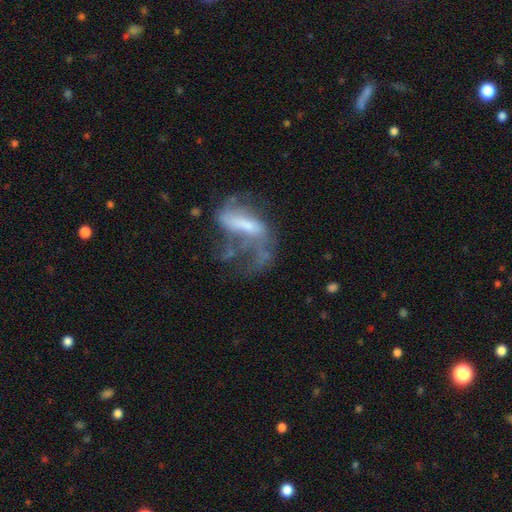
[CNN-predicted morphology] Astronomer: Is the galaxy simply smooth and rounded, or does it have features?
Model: featured or disk — 64%.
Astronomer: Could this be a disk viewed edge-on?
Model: no — 90%.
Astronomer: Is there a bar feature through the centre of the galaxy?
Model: strong — 34%, tied with weak at 34%.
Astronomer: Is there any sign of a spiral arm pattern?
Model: yes — 63%.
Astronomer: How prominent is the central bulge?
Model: none — 36% (runner-up: small, 34%).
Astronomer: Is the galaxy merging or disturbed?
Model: major disturbance — 43% (runner-up: none, 32%).